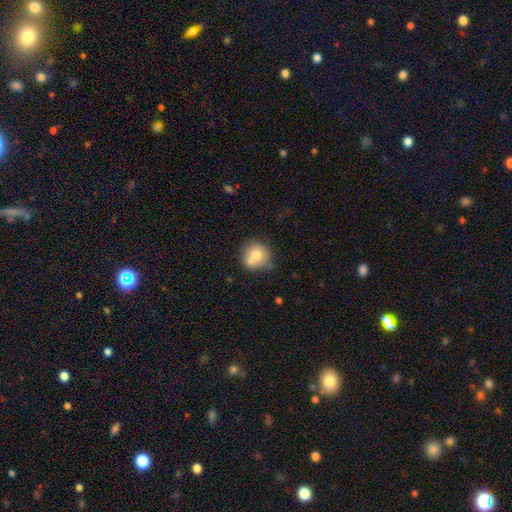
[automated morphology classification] smooth 71%, featured or disk 21%, star or artifact 9%. Down the decision tree: how rounded — round (84%); merging — none (42%).